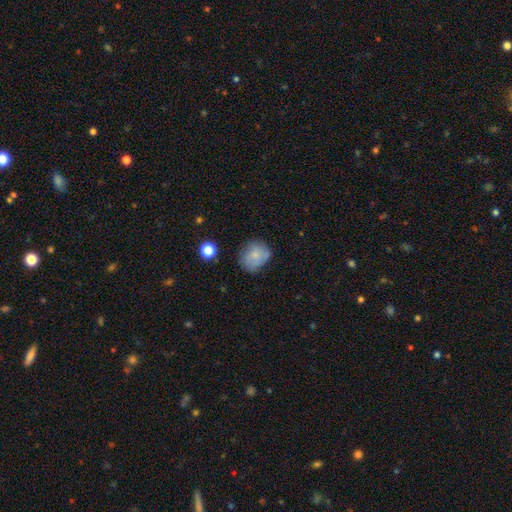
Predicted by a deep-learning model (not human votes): A smooth galaxy with no disk features (73%) that is round (68%).

Vote fractions:
- Smooth or featured? smooth: 73% / featured or disk: 18% / star or artifact: 9%
- How rounded? round: 68% / in between: 31% / cigar-shaped: 1%
- Merging? none: 62% / minor disturbance: 27% / major disturbance: 8% / merger: 4%